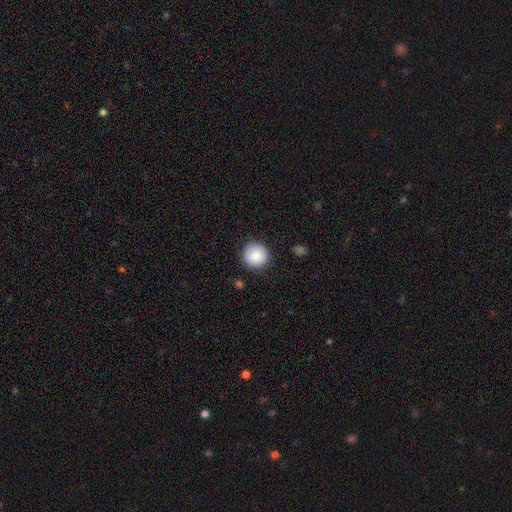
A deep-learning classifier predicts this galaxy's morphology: Smooth or featured: smooth — 83% (featured or disk — 9%)
How rounded: round — 96% (in between — 3%)
Merging: none — 89% (minor disturbance — 8%)